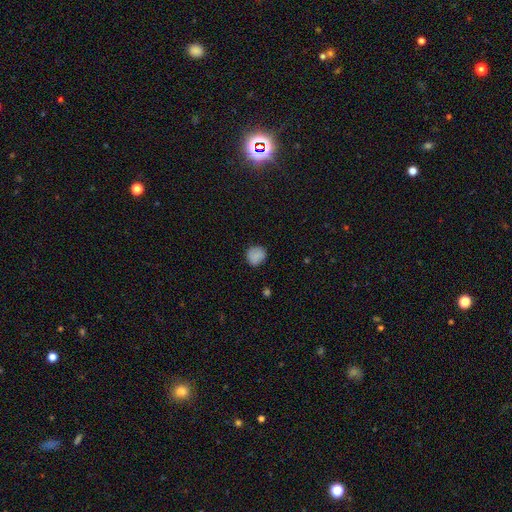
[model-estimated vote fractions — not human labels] Smooth or featured?
  - smooth: 84% *
  - star or artifact: 9%
  - featured or disk: 7%
How rounded?
  - round: 86% *
  - in between: 13%
  - cigar-shaped: 1%
Merging?
  - none: 82% *
  - minor disturbance: 14%
  - major disturbance: 3%
  - merger: 1%